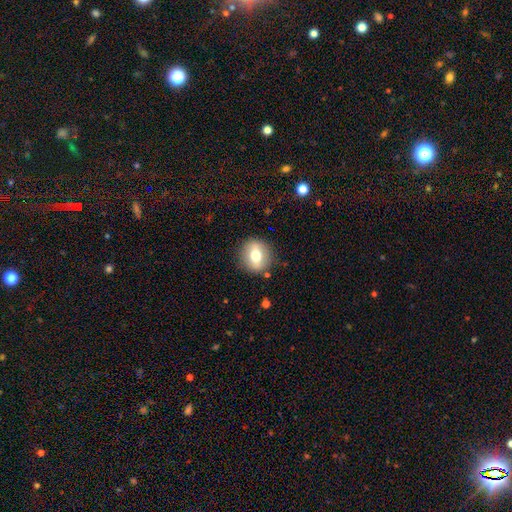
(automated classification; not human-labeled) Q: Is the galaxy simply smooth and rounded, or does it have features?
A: smooth — 60%.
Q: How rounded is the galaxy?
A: round — 80%.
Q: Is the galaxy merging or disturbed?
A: none — 87%.